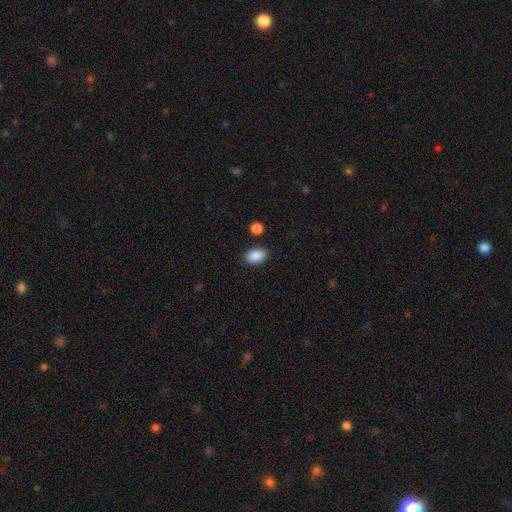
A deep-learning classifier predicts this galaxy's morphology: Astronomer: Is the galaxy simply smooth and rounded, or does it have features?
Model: smooth — 89%.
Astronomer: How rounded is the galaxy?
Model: in between — 78%.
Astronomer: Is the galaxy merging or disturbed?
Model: none — 85%.